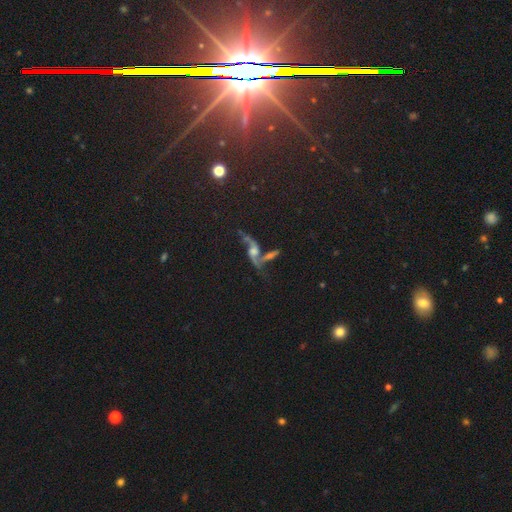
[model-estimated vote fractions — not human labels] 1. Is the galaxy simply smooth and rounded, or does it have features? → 57% featured or disk, 26% star or artifact, 18% smooth.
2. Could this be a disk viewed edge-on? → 68% no, 32% yes.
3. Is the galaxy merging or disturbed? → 41% none, 28% merger, 16% major disturbance, 15% minor disturbance.